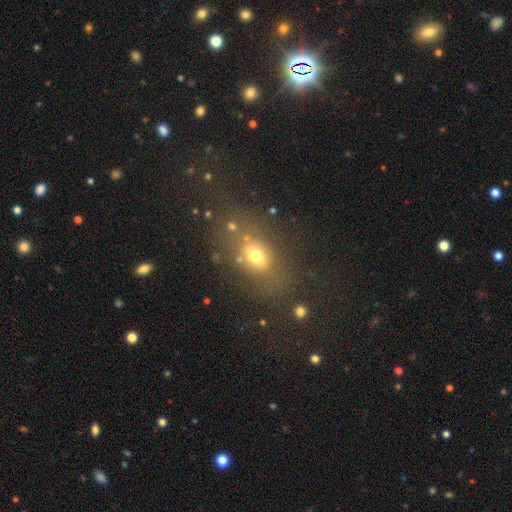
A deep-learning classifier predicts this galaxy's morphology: Smooth or featured?
  - smooth: 67% *
  - star or artifact: 18%
  - featured or disk: 15%
How rounded?
  - in between: 70% *
  - round: 26%
  - cigar-shaped: 4%
Merging?
  - none: 63% *
  - minor disturbance: 16%
  - major disturbance: 12%
  - merger: 9%